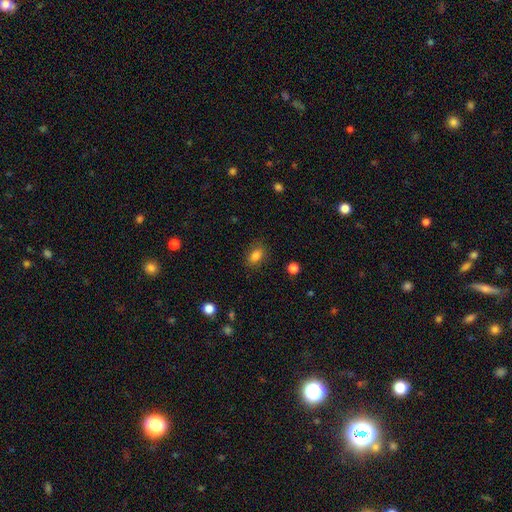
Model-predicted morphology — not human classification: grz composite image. It shows a smooth galaxy with no disk features (84%) that is in between round and cigar-shaped (82%). Merging: none (83%).